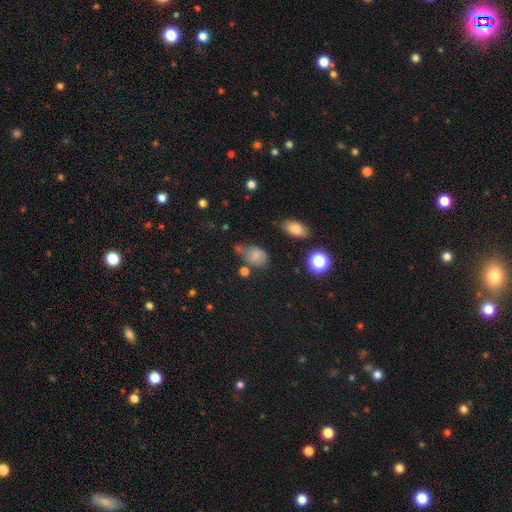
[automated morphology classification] smooth_or_featured: smooth (p=0.73) [alt: star or artifact p=0.15]
how_rounded: in between (p=0.76) [alt: round p=0.22]
merging: none (p=0.46) [alt: minor disturbance p=0.31]